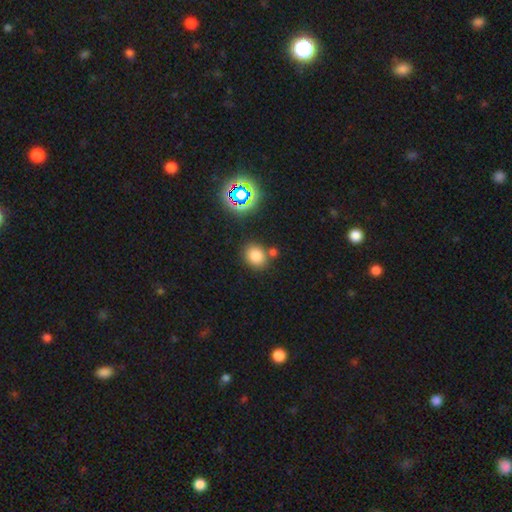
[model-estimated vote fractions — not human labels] Smooth or featured?
  - smooth: 78% *
  - star or artifact: 16%
  - featured or disk: 6%
How rounded?
  - round: 61% *
  - in between: 38%
  - cigar-shaped: 1%
Merging?
  - none: 73% *
  - merger: 13%
  - minor disturbance: 11%
  - major disturbance: 3%